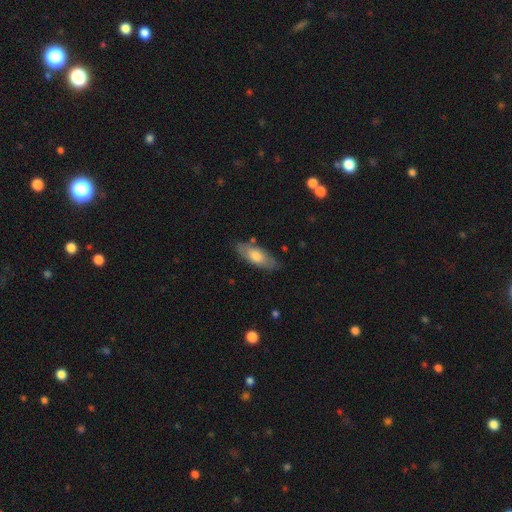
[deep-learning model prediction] This appears to be a smooth galaxy with no disk features (63%) that is in between round and cigar-shaped (78%). Merging: none (77%).